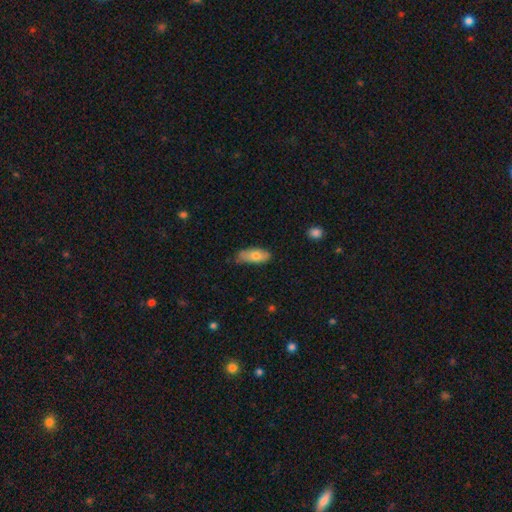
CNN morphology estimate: This appears to be a smooth galaxy with no disk features (76%) that is in between round and cigar-shaped (82%). Merging: none (53%).